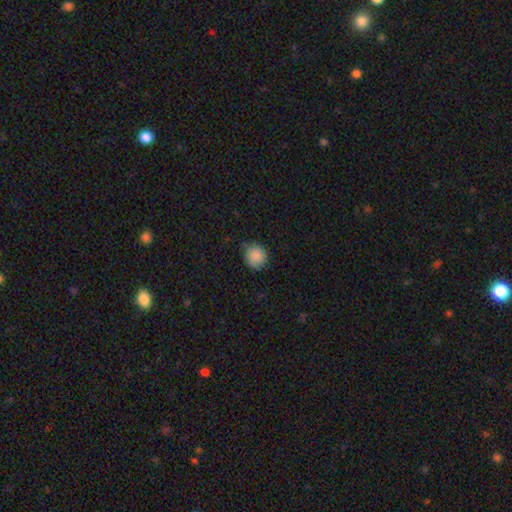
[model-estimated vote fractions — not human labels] This is clearly a smooth galaxy (88%). How rounded: clearly round (88%). Merging: likely none (74%).